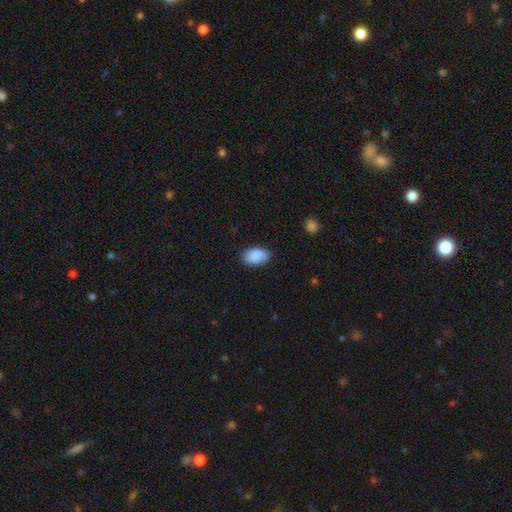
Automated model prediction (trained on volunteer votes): The model was most divided on "merging": none: 79%, minor disturbance: 17%, major disturbance: 3%, merger: 1%. More confident: how rounded — in between (92%); smooth or featured — smooth (89%).